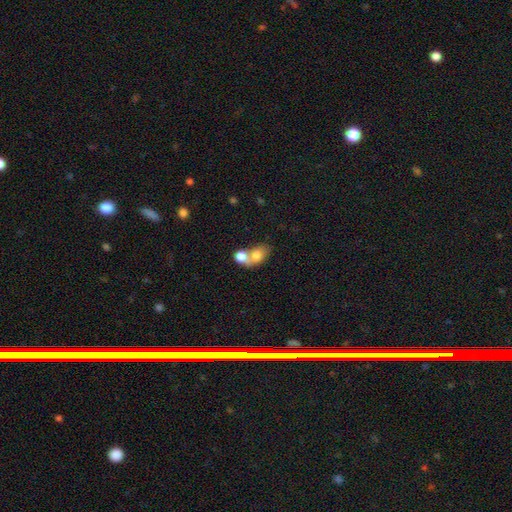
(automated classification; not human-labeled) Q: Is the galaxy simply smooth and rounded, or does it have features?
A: smooth — 74%.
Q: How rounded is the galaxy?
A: in between — 65%.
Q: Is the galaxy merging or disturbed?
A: merger — 65%.